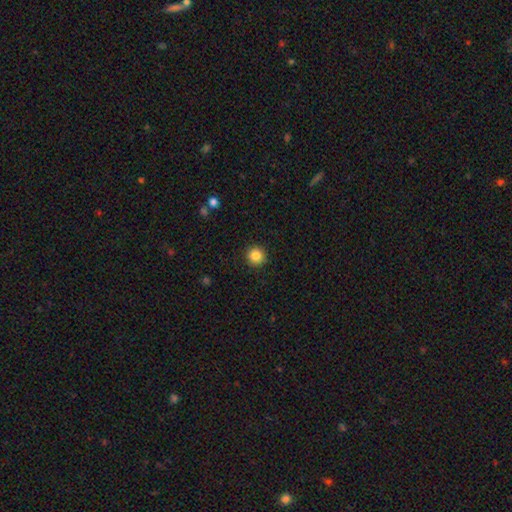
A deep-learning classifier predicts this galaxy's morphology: Q: Smooth or featured?
A: smooth (85%); runner-up: star or artifact (10%)
Q: How rounded?
A: round (95%); runner-up: in between (4%)
Q: Merging?
A: none (92%); runner-up: minor disturbance (5%)